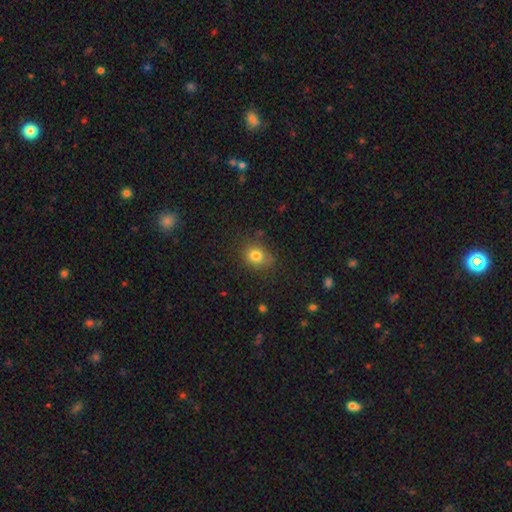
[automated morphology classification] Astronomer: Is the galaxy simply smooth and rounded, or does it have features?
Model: smooth — 80%.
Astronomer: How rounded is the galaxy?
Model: round — 57% (runner-up: in between, 42%).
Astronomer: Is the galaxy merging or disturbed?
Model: none — 73%.